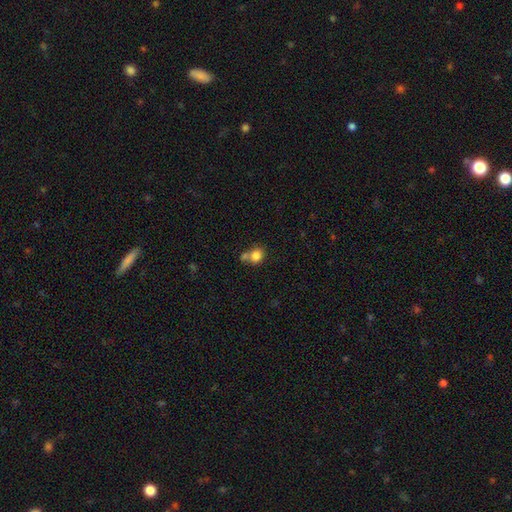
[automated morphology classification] The model was most divided on "merging": none: 45%, merger: 37%, minor disturbance: 13%, major disturbance: 5%. More confident: smooth or featured — smooth (82%); how rounded — round (65%).